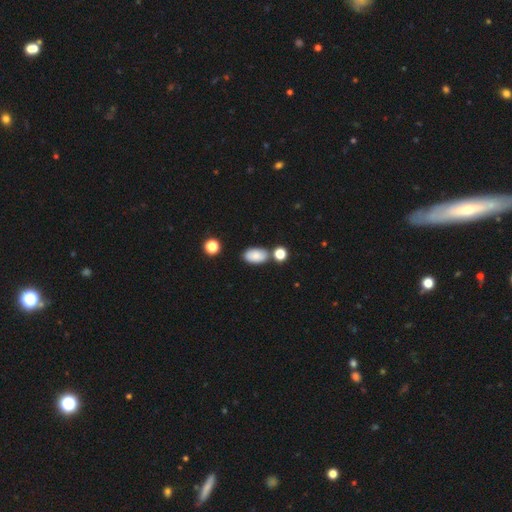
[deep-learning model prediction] Smooth or featured: smooth — 83% (star or artifact — 9%)
How rounded: in between — 92% (round — 6%)
Merging: none — 73% (minor disturbance — 13%)